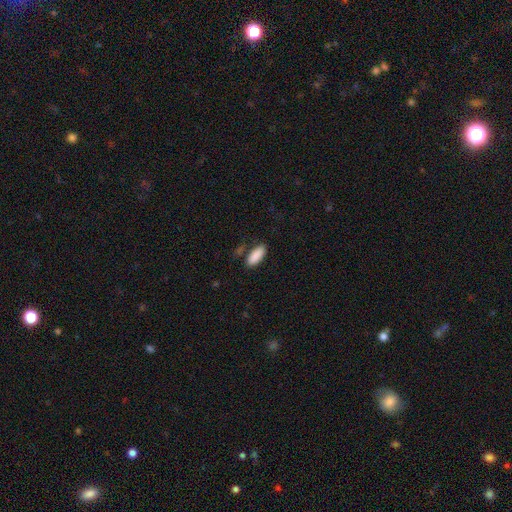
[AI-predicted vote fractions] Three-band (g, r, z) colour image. It shows a smooth galaxy with no disk features (90%) that is in between round and cigar-shaped (77%). Merging: none (79%).